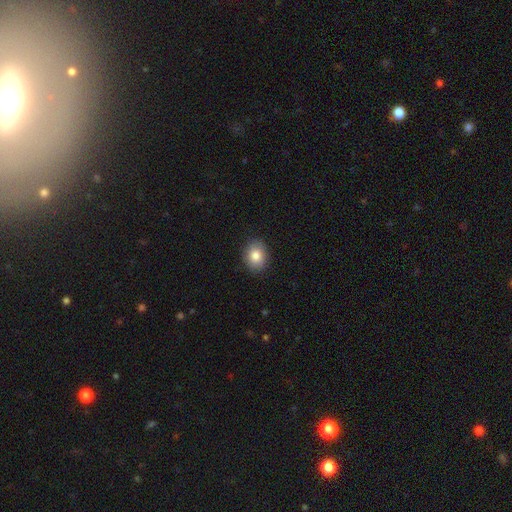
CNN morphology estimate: Smooth or featured: smooth — 84% (star or artifact — 8%)
How rounded: in between — 50% (round — 49%)
Merging: none — 89% (minor disturbance — 8%)